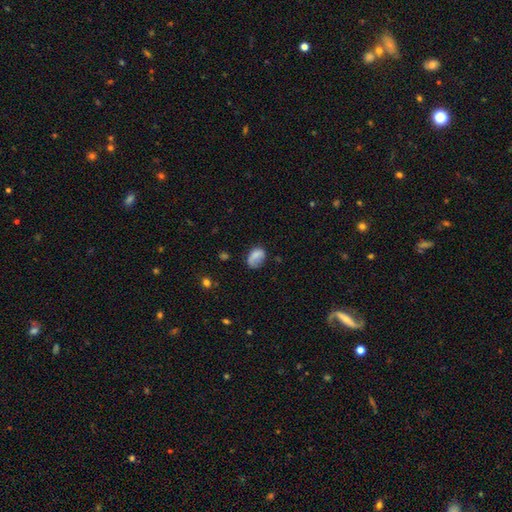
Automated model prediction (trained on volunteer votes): Smooth or featured?
  - smooth: 75% *
  - featured or disk: 16%
  - star or artifact: 9%
How rounded?
  - in between: 80% *
  - round: 19%
  - cigar-shaped: 1%
Merging?
  - none: 45% *
  - minor disturbance: 31%
  - major disturbance: 20%
  - merger: 3%